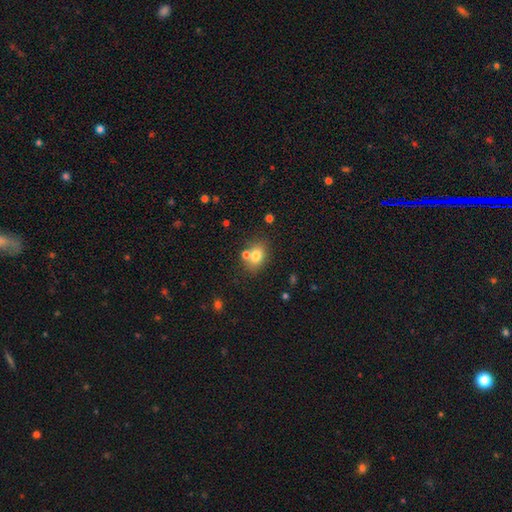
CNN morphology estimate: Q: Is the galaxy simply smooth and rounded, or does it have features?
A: smooth — 76%.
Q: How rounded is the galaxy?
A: in between — 68%.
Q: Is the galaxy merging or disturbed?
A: none — 63%.